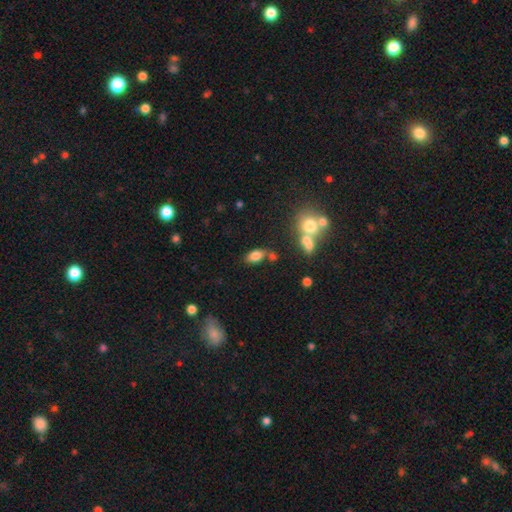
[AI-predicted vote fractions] Smooth or featured?
  - smooth: 79% *
  - featured or disk: 10%
  - star or artifact: 10%
How rounded?
  - in between: 88% *
  - round: 8%
  - cigar-shaped: 4%
Merging?
  - none: 61% *
  - merger: 17%
  - minor disturbance: 17%
  - major disturbance: 6%